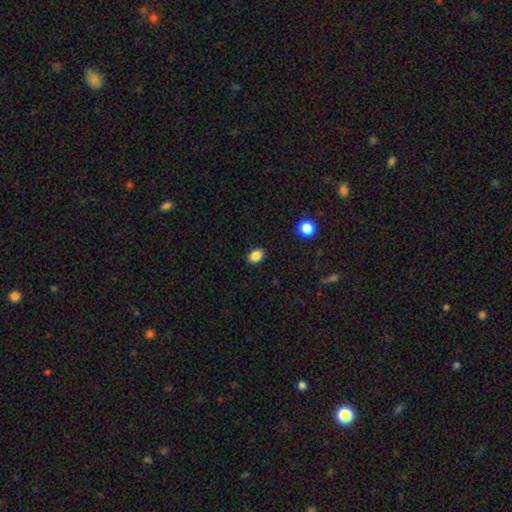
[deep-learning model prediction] Q: Smooth or featured?
A: smooth (87%); runner-up: star or artifact (10%)
Q: How rounded?
A: in between (78%); runner-up: round (21%)
Q: Merging?
A: none (89%); runner-up: minor disturbance (8%)